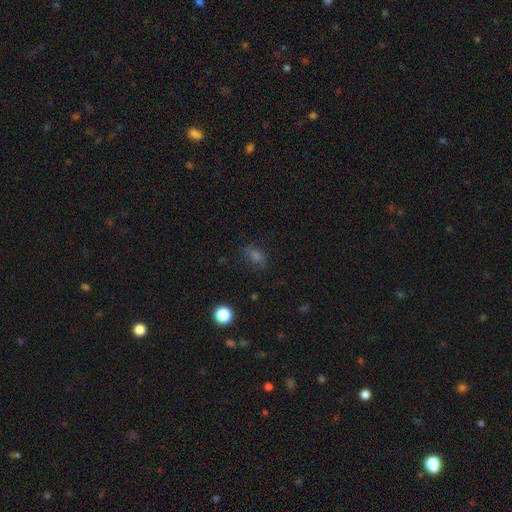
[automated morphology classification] Smooth or featured?
  - smooth: 60% *
  - star or artifact: 28%
  - featured or disk: 12%
How rounded?
  - in between: 75% *
  - round: 22%
  - cigar-shaped: 4%
Merging?
  - none: 75% *
  - minor disturbance: 16%
  - major disturbance: 7%
  - merger: 2%